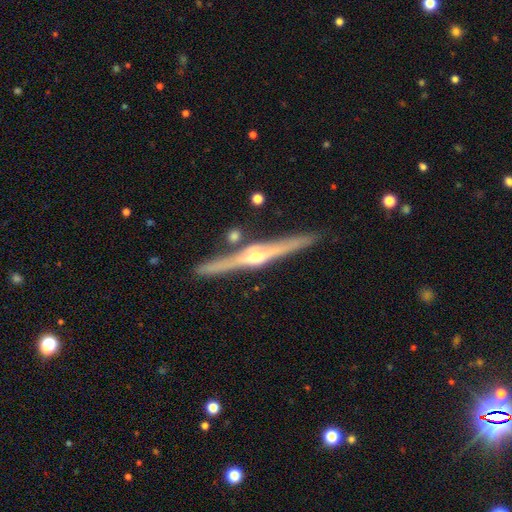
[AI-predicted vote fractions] Smooth or featured?
  - featured or disk: 83% *
  - smooth: 12%
  - star or artifact: 6%
Edge-on disk?
  - yes: 98% *
  - no: 2%
Edge-on bulge?
  - rounded: 92% *
  - boxy: 5%
  - none: 4%
Merging?
  - none: 85% *
  - minor disturbance: 8%
  - merger: 5%
  - major disturbance: 2%